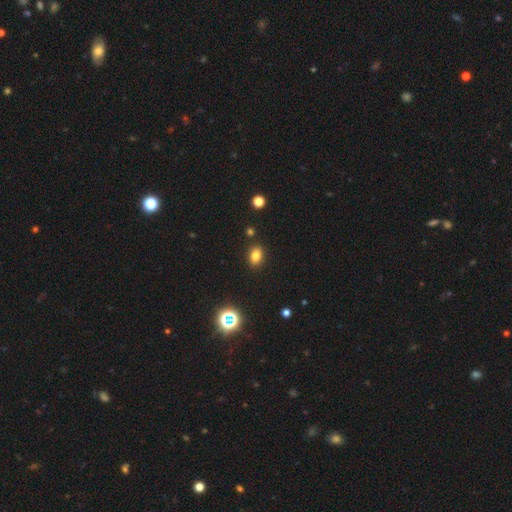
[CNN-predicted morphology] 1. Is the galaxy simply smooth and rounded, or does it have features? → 77% smooth, 14% star or artifact, 8% featured or disk.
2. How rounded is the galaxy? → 75% in between, 24% round, 2% cigar-shaped.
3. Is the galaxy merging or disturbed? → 86% none, 9% minor disturbance, 3% merger, 2% major disturbance.